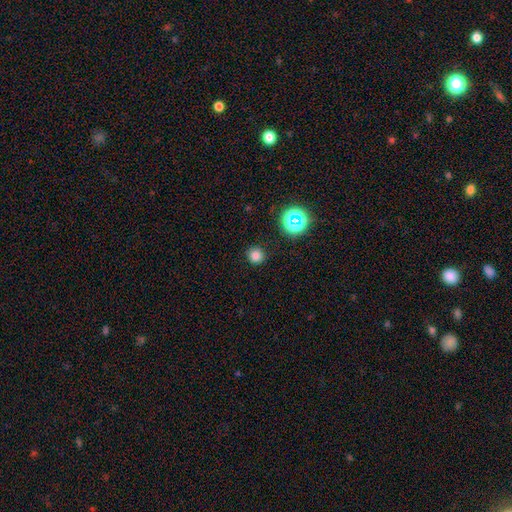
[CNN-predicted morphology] Smooth or featured: smooth — 77% (star or artifact — 18%)
How rounded: round — 94% (in between — 5%)
Merging: none — 90% (minor disturbance — 7%)